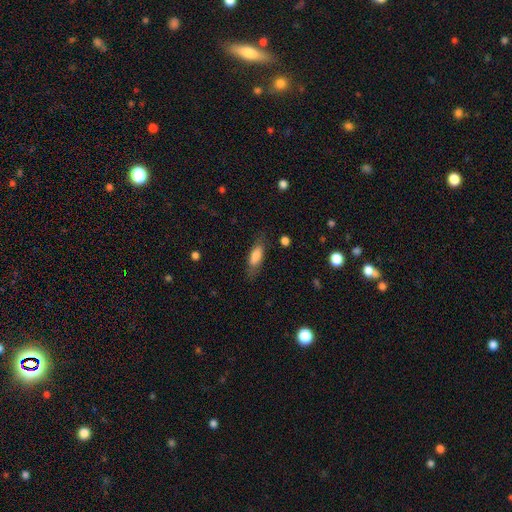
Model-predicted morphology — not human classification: This appears to be a smooth galaxy with no disk features (79%) that is in between round and cigar-shaped (64%). Merging: none (76%).